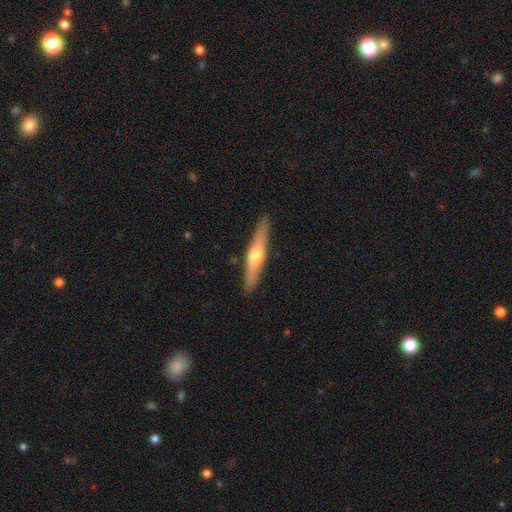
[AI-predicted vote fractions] Smooth or featured? featured or disk (54%)
Edge-on disk? yes (93%)
Edge-on bulge? rounded (89%)
Merging? none (90%)